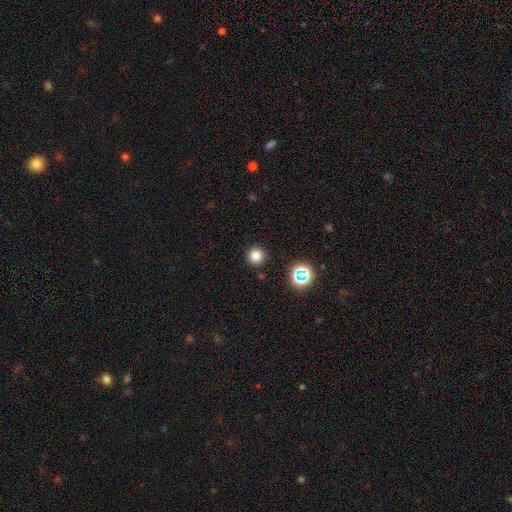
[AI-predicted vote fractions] Overall: smooth (77%). How rounded: round (95%). Merging: none (90%).